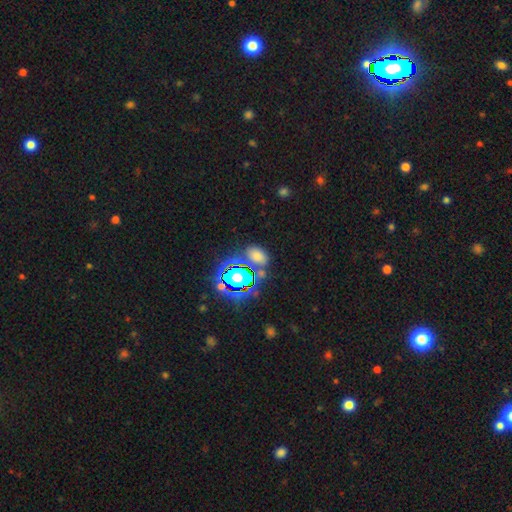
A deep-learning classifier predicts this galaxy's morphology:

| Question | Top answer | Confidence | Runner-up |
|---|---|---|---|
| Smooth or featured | smooth | 58% | star or artifact (34%) |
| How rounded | in between | 81% | round (17%) |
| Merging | none | 68% | merger (13%) |